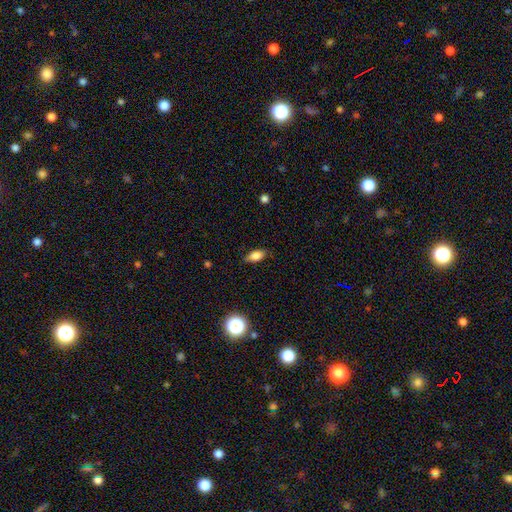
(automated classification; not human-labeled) The model was most divided on "merging": none: 81%, minor disturbance: 15%, major disturbance: 3%, merger: 1%. More confident: how rounded — in between (83%); smooth or featured — smooth (78%).